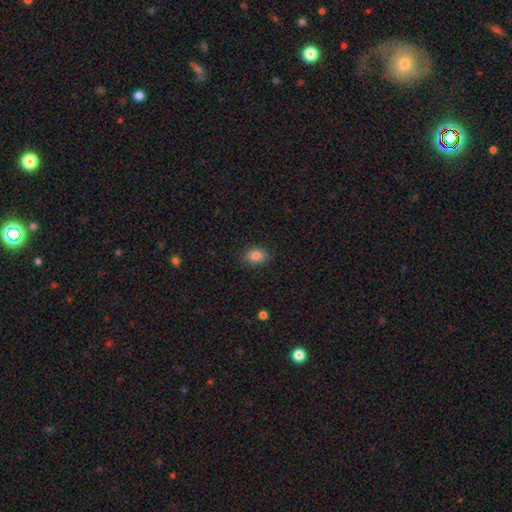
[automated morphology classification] smooth_or_featured: smooth (p=0.84) [alt: star or artifact p=0.10]
how_rounded: in between (p=0.72) [alt: round p=0.27]
merging: none (p=0.86) [alt: minor disturbance p=0.10]